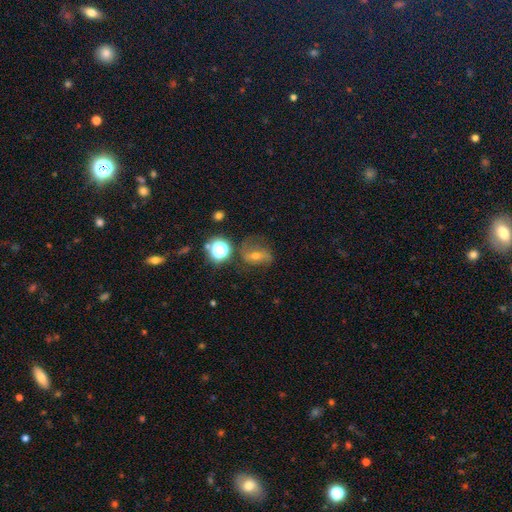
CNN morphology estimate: This appears to be a featured or disk galaxy (54%). Merging: none (65%).